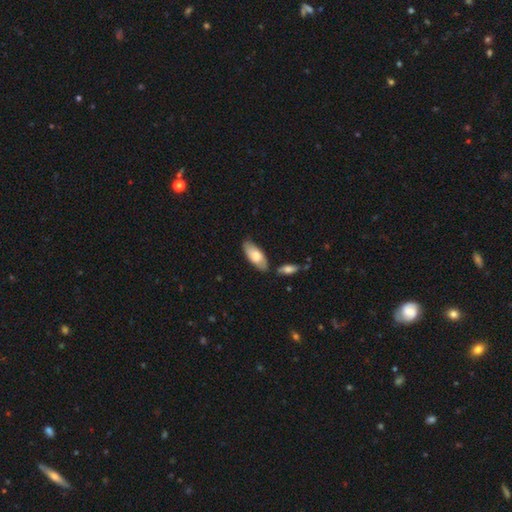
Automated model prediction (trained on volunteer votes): This appears to be a smooth galaxy with no disk features (74%) that is in between round and cigar-shaped (83%). Merging: none (75%).